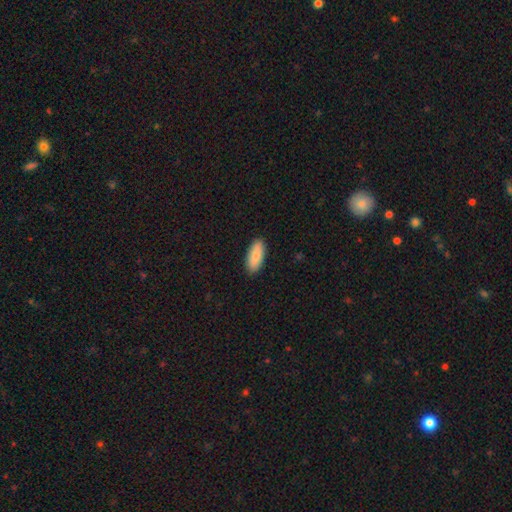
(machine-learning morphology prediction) This appears to be a smooth galaxy with no disk features (85%) that is in between round and cigar-shaped (80%). Merging: none (90%).